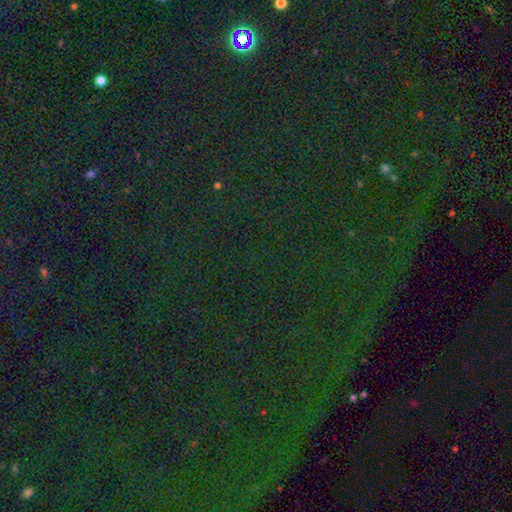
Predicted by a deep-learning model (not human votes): Overall: star or artifact (81%).